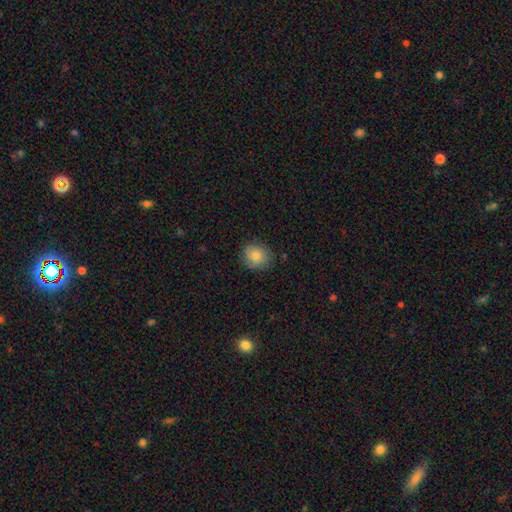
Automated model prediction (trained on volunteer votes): smooth-or-featured: smooth: 84% | featured or disk: 8% | star or artifact: 8%
  how-rounded: round: 75% | in between: 24% | cigar-shaped: 1%
  merging: none: 81% | minor disturbance: 14% | major disturbance: 3% | merger: 1%